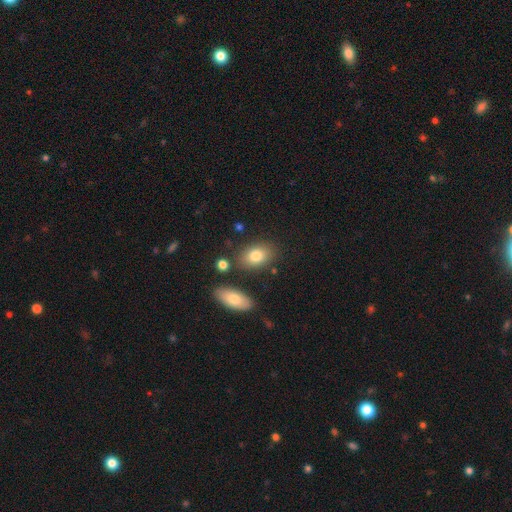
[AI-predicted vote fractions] Smooth or featured?
  - smooth: 80% *
  - featured or disk: 12%
  - star or artifact: 8%
How rounded?
  - in between: 84% *
  - round: 15%
  - cigar-shaped: 2%
Merging?
  - none: 77% *
  - minor disturbance: 12%
  - merger: 7%
  - major disturbance: 4%